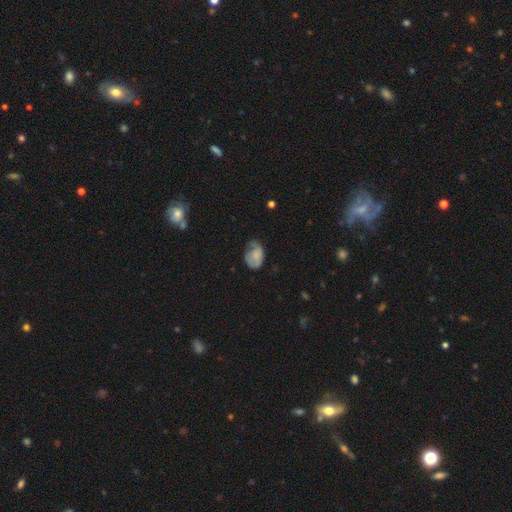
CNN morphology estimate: Smooth or featured? Predicted: smooth (p=0.63). How rounded? Predicted: in between (p=0.77). Merging? Predicted: minor disturbance (p=0.37, tied with none).